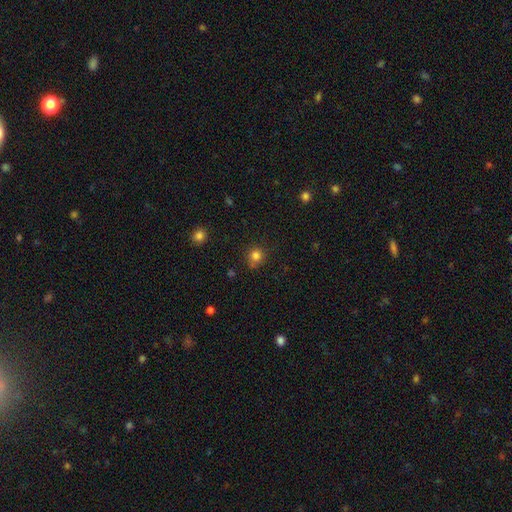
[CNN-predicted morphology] Smooth or featured? smooth (82%)
How rounded? round (82%)
Merging? none (75%)